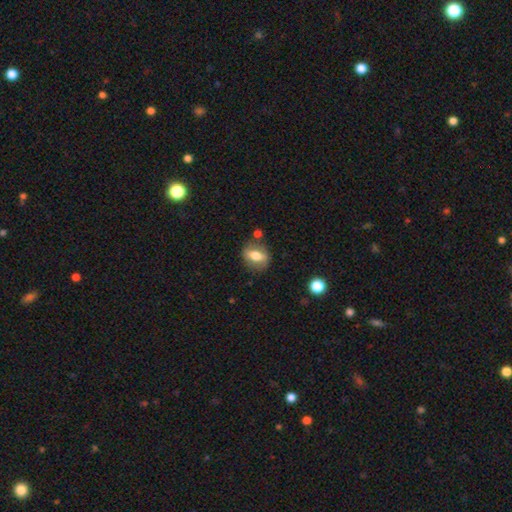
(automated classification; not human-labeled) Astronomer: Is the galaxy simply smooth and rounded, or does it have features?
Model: smooth — 63%.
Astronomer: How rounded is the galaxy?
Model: in between — 62%.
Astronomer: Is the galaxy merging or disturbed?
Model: none — 75%.